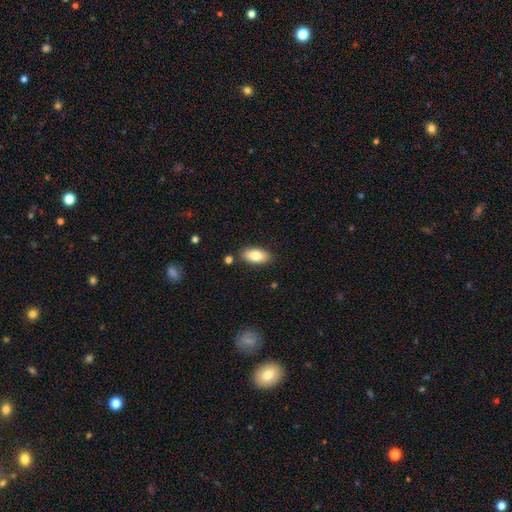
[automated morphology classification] The model was most divided on "smooth or featured": smooth: 81%, featured or disk: 12%, star or artifact: 7%. More confident: how rounded — in between (92%); merging — none (86%).